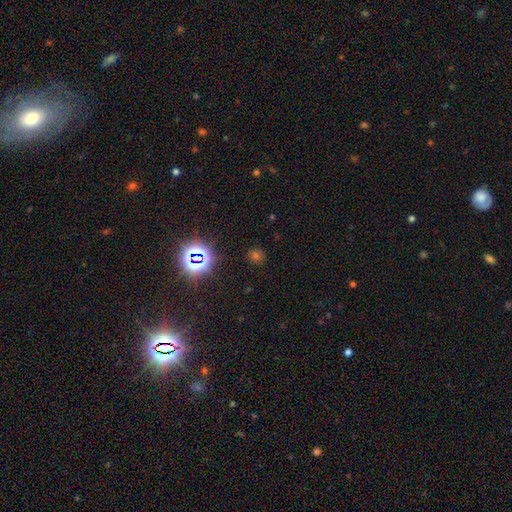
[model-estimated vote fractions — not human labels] The model was most divided on "smooth or featured": star or artifact: 51%, smooth: 42%, featured or disk: 7%.